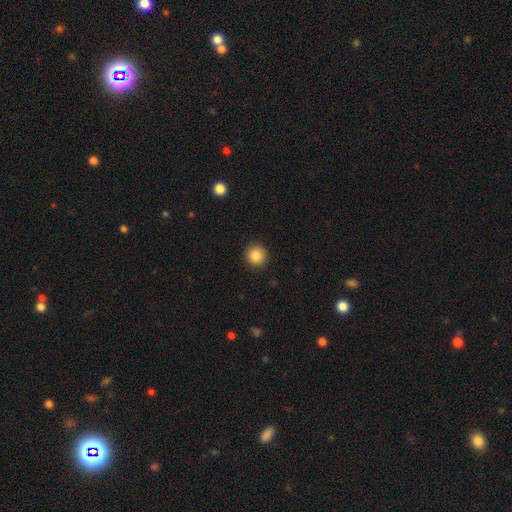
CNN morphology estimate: Smooth or featured? smooth (85%)
How rounded? round (94%)
Merging? none (92%)